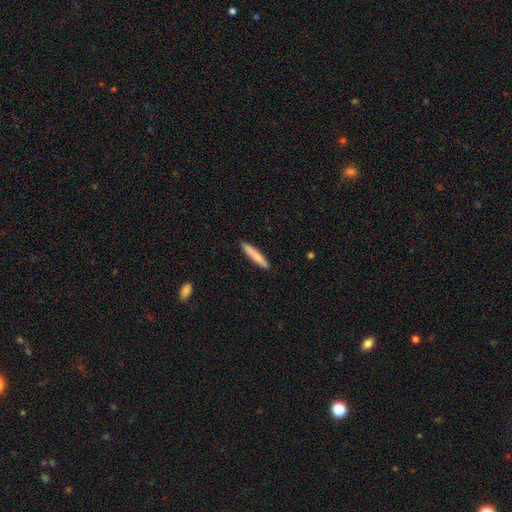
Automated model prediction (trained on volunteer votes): A smooth galaxy with no disk features (73%) that is cigar-shaped (93%). Merging: none (90%).